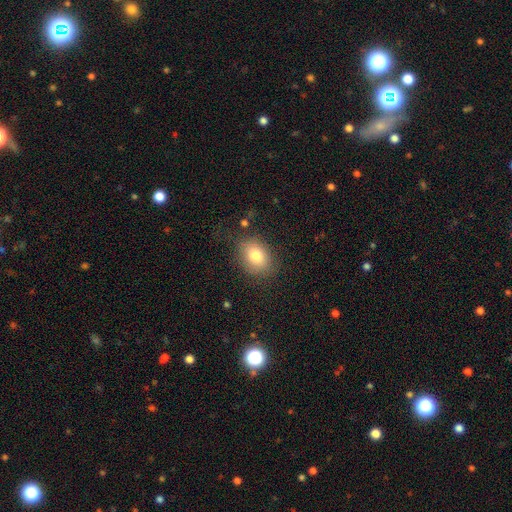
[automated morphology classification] Smooth or featured?
  - smooth: 80% *
  - featured or disk: 11%
  - star or artifact: 9%
How rounded?
  - in between: 65% *
  - round: 34%
  - cigar-shaped: 1%
Merging?
  - none: 77% *
  - minor disturbance: 15%
  - major disturbance: 6%
  - merger: 2%